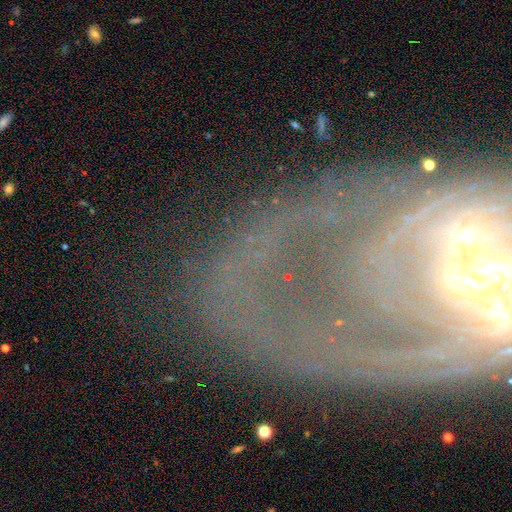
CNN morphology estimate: The model was most divided on "bar": strong: 37%, no: 34%, weak: 29%. More confident: edge-on disk — no (89%); smooth or featured — featured or disk (74%); spiral arms — yes (69%); merging — none (59%); bulge size — moderate (52%).